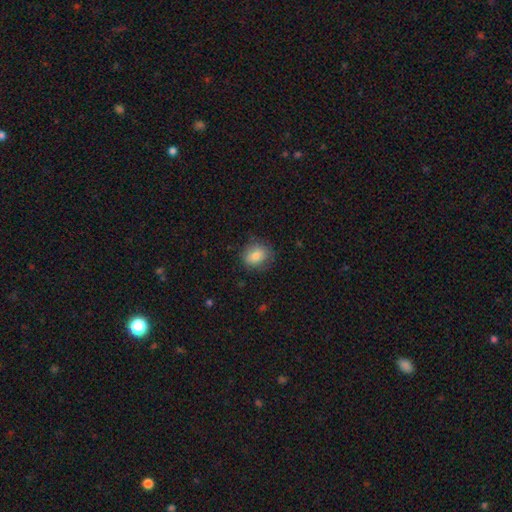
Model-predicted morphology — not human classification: smooth-or-featured: smooth: 82% | featured or disk: 9% | star or artifact: 8%
  how-rounded: round: 56% | in between: 42% | cigar-shaped: 1%
  merging: none: 77% | minor disturbance: 17% | major disturbance: 5% | merger: 1%